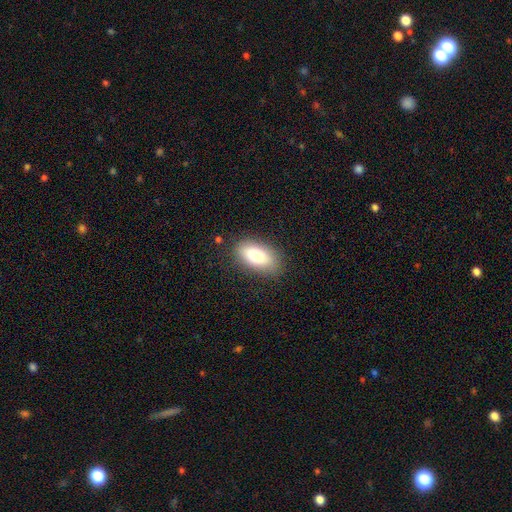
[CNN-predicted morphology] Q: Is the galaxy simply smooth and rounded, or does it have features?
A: smooth — 81%.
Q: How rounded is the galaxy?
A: in between — 89%.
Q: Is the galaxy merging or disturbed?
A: none — 83%.